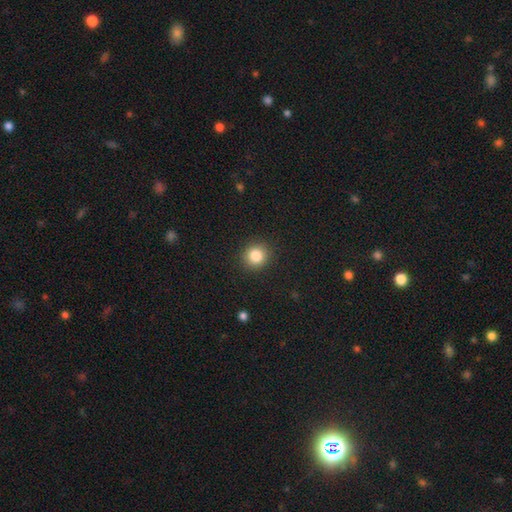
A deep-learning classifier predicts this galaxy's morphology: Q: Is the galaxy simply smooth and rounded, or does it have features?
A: smooth — 84%.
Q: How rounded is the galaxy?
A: round — 88%.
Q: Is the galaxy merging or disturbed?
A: none — 91%.